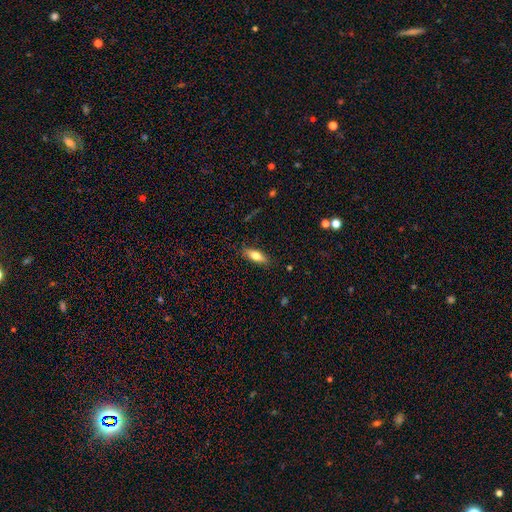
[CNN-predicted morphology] type=smooth (71%); roundness=in between (67%); merging=none (86%).